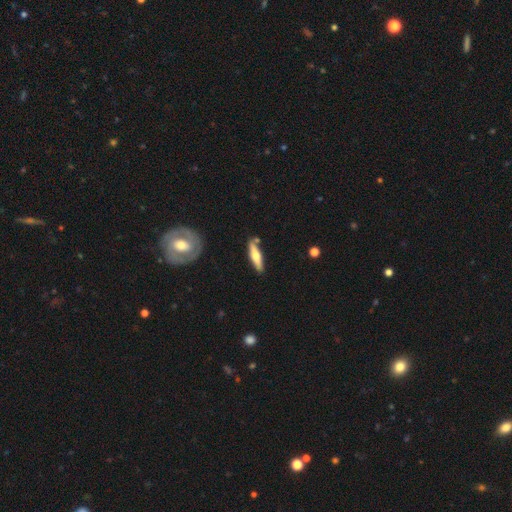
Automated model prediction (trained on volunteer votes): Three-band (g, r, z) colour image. It shows a smooth galaxy with no disk features (48%). Merging: none (81%).